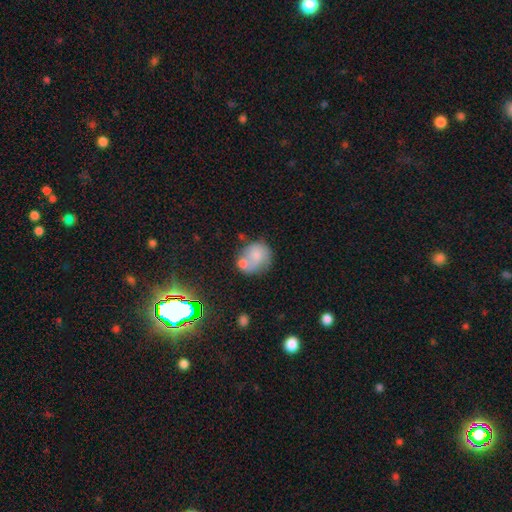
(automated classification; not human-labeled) Smooth or featured?
  - smooth: 67% *
  - featured or disk: 24%
  - star or artifact: 9%
How rounded?
  - round: 73% *
  - in between: 26%
  - cigar-shaped: 1%
Merging?
  - merger: 43% *
  - none: 34%
  - minor disturbance: 16%
  - major disturbance: 8%